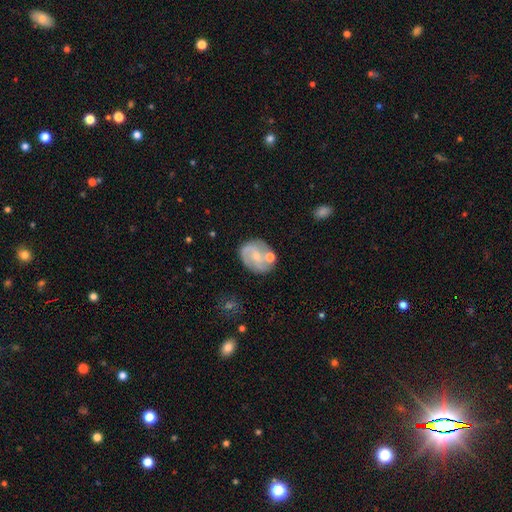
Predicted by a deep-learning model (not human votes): smooth-or-featured: featured or disk: 64% | smooth: 29% | star or artifact: 7%
  disk-edge-on: no: 97% | yes: 3%
    bar: no: 54% | weak: 38% | strong: 8%
    has-spiral-arms: yes: 82% | no: 18%
      spiral-winding: medium: 45% | tight: 30% | loose: 25%
      spiral-arm-count: 2: 57% | can't tell: 20% | 3: 13% | 1: 5% | 4: 3% | more than 4: 2%
    bulge-size: small: 59% | moderate: 31% | none: 7% | large: 2% | dominant: 1%
  merging: none: 61% | minor disturbance: 19% | merger: 14% | major disturbance: 7%